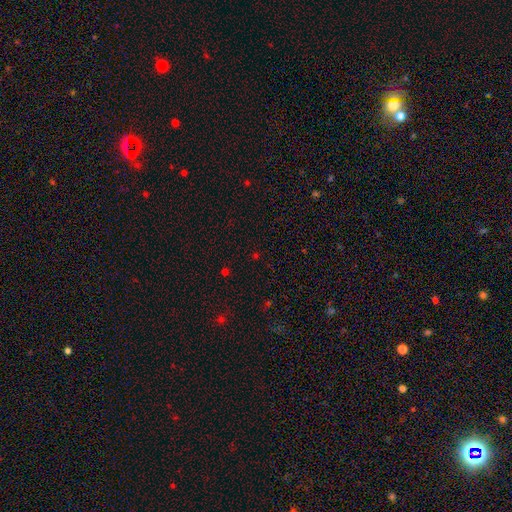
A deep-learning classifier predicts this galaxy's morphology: type=star or artifact (59%).